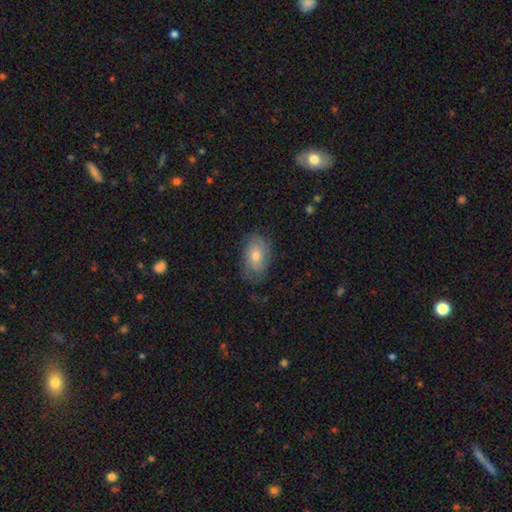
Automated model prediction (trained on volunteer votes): The model was most divided on "smooth or featured": smooth: 60%, featured or disk: 31%, star or artifact: 9%. More confident: how rounded — in between (87%); merging — none (71%).